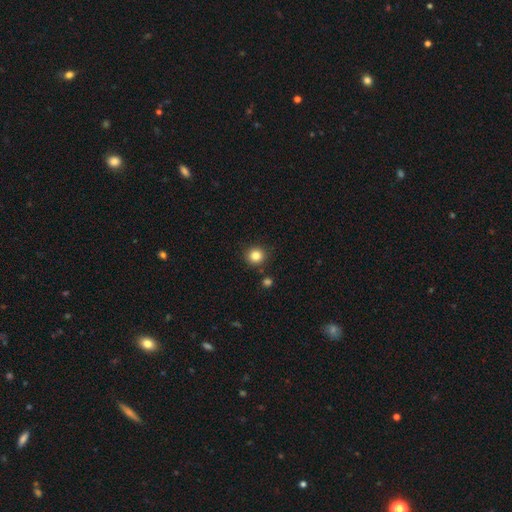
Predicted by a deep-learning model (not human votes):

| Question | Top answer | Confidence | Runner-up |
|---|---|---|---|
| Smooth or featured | smooth | 84% | star or artifact (12%) |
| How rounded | round | 91% | in between (8%) |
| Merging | none | 87% | minor disturbance (7%) |